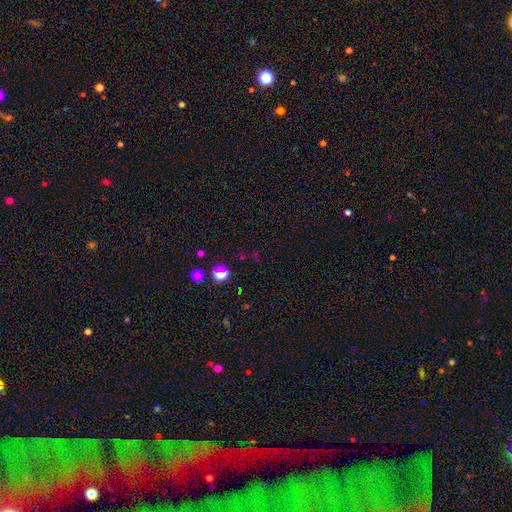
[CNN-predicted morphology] type=star or artifact (63%).